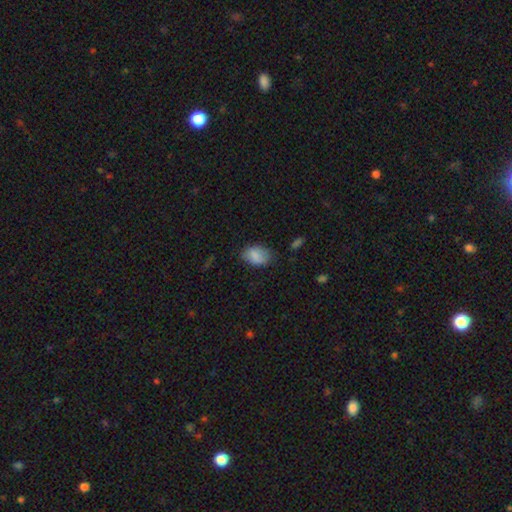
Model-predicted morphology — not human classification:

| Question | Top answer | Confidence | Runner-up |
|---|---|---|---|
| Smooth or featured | smooth | 83% | featured or disk (9%) |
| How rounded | in between | 81% | round (18%) |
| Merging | none | 68% | minor disturbance (25%) |